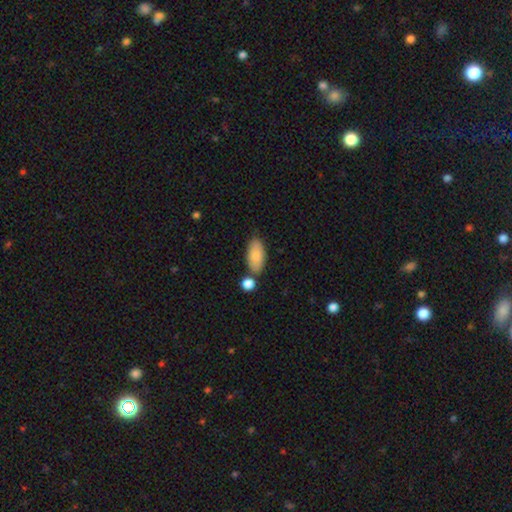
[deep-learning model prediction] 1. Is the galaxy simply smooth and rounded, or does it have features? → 84% smooth, 10% featured or disk, 6% star or artifact.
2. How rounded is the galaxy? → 91% in between, 6% cigar-shaped, 3% round.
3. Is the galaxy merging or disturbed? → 69% none, 15% minor disturbance, 13% merger, 3% major disturbance.